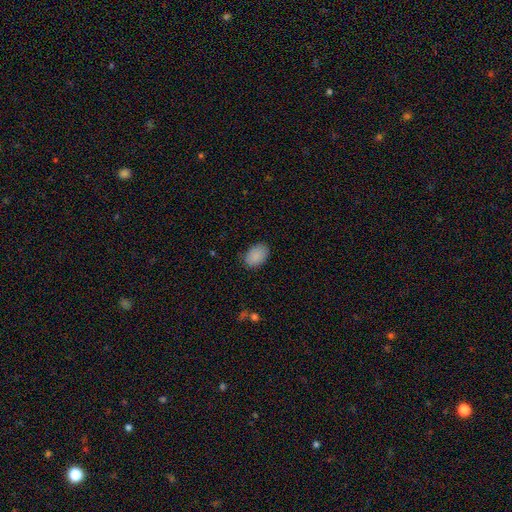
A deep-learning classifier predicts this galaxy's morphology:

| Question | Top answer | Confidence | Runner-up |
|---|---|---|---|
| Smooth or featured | smooth | 89% | star or artifact (7%) |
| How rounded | in between | 86% | round (13%) |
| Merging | none | 84% | minor disturbance (12%) |